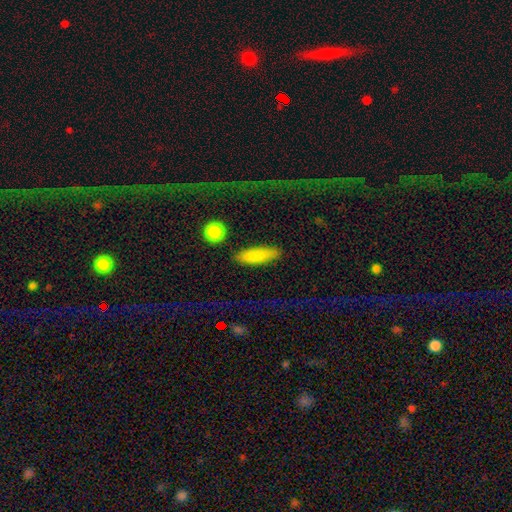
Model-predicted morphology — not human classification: Smooth or featured? Predicted: smooth (p=0.84). How rounded? Predicted: cigar-shaped (p=0.59). Merging? Predicted: none (p=0.85).